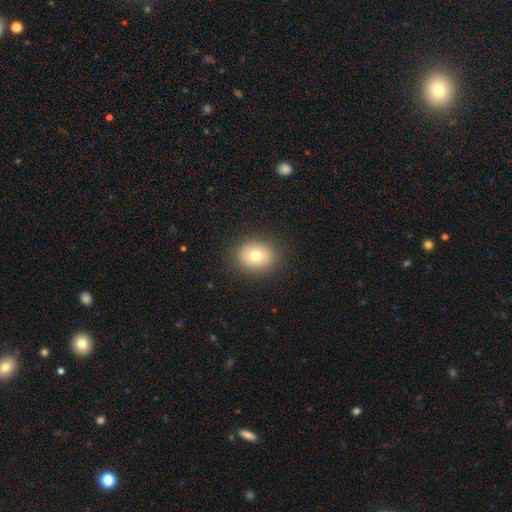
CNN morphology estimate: smooth 76%, featured or disk 13%, star or artifact 11%. Down the decision tree: how rounded — round (60%); merging — none (89%).